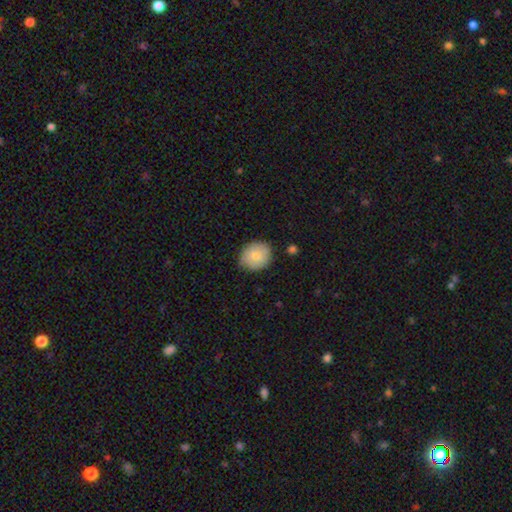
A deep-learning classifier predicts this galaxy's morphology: Smooth or featured? smooth (76%)
How rounded? round (77%)
Merging? none (76%)